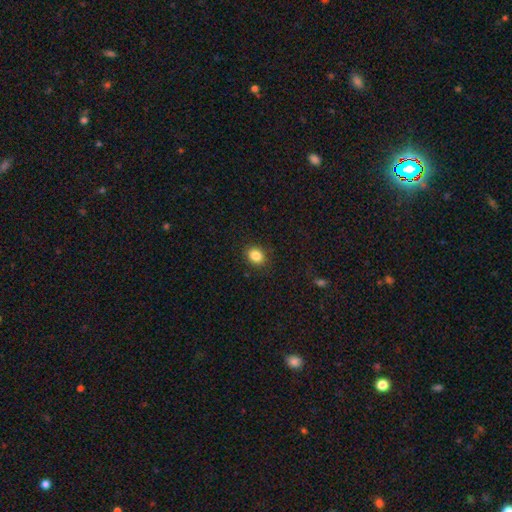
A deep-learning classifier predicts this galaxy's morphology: The model was most divided on "how rounded": in between: 53%, round: 46%, cigar-shaped: 1%. More confident: merging — none (88%); smooth or featured — smooth (85%).